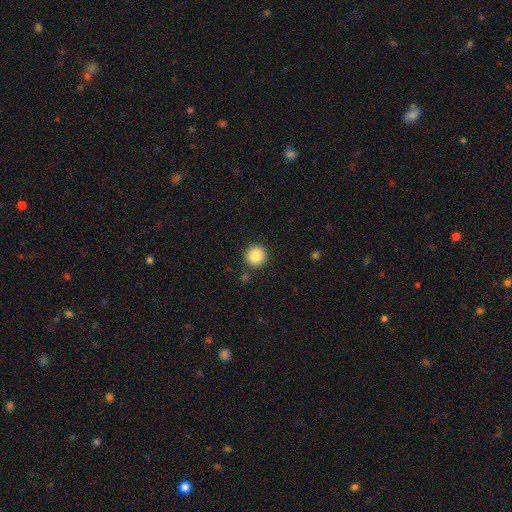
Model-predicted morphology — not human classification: Overall: smooth (87%). How rounded: round (95%). Merging: none (90%).